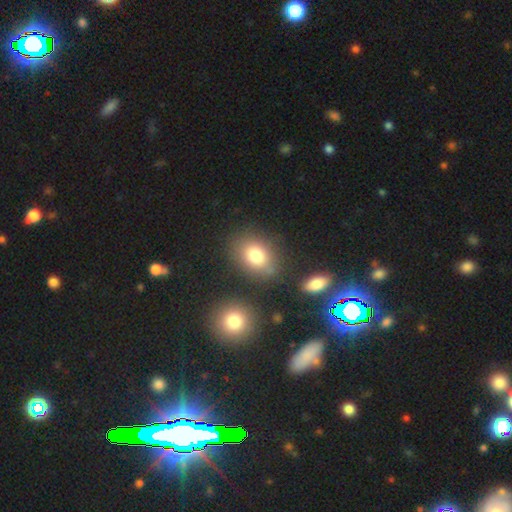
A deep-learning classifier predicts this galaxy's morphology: Smooth or featured? smooth (79%)
How rounded? in between (56%)
Merging? none (74%)